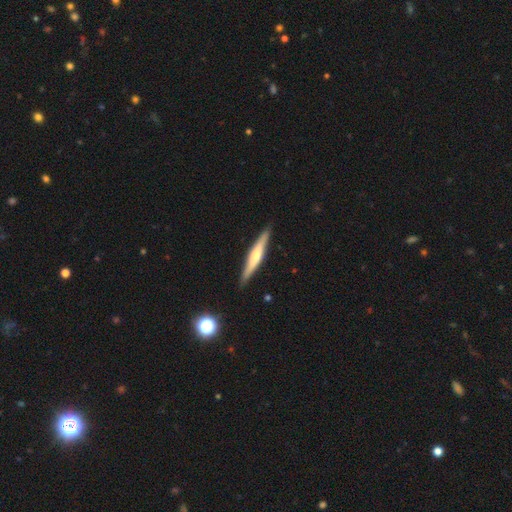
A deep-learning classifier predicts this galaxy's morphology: This appears to be a featured or disk galaxy (53%) viewed edge-on (96%) with a rounded central bulge (63%). Merging: none (89%).